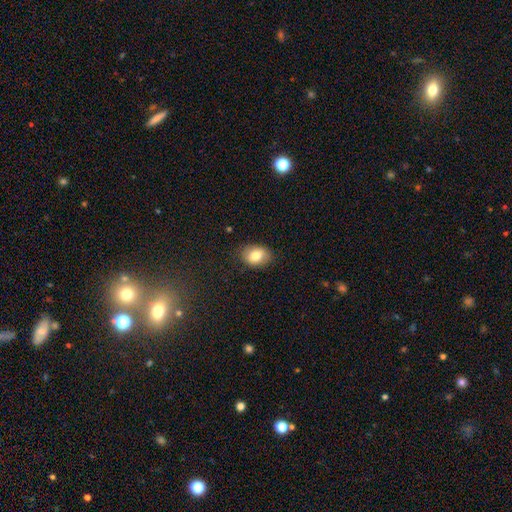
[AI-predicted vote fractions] Overall: smooth (79%). How rounded: in between (71%). Merging: none (83%).